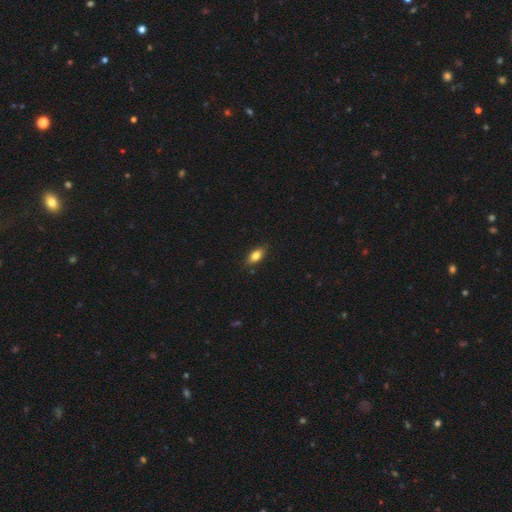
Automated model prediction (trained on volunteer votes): smooth_or_featured: smooth (p=0.80) [alt: featured or disk p=0.12]
how_rounded: in between (p=0.86) [alt: cigar-shaped p=0.09]
merging: none (p=0.84) [alt: minor disturbance p=0.12]